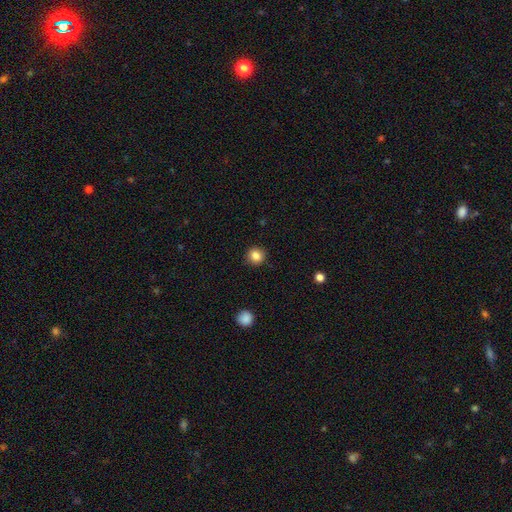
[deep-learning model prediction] This appears to be a smooth galaxy with no disk features (85%) that is round (89%). Merging: none (90%).